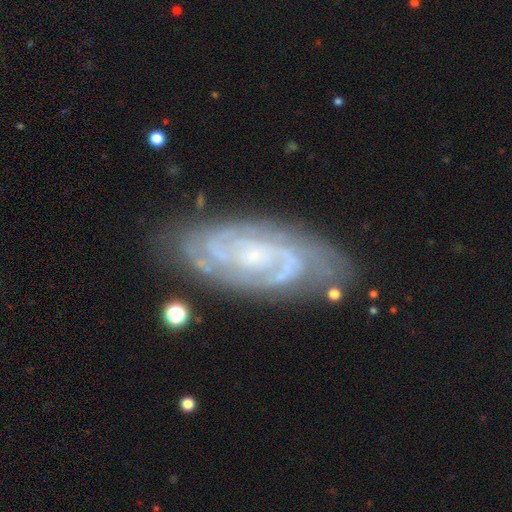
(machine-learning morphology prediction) Smooth or featured? featured or disk (89%)
Edge-on disk? no (95%)
Bar? no (57%)
Spiral arms? yes (98%)
Spiral winding? tight (69%)
Spiral arm count? 2 (55%)
Bulge size? small (69%)
Merging? none (77%)